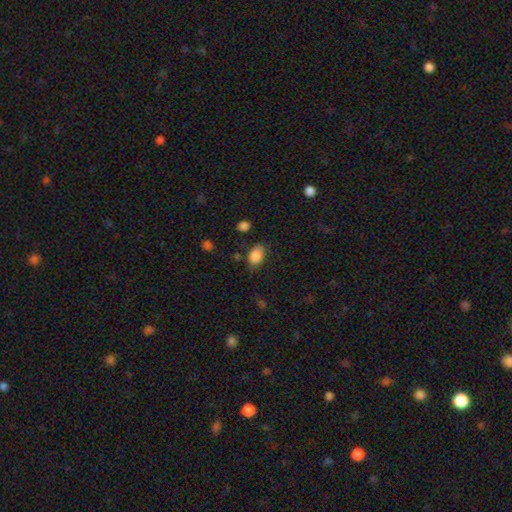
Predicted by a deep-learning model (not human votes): Smooth or featured? smooth (87%)
How rounded? in between (85%)
Merging? none (70%)